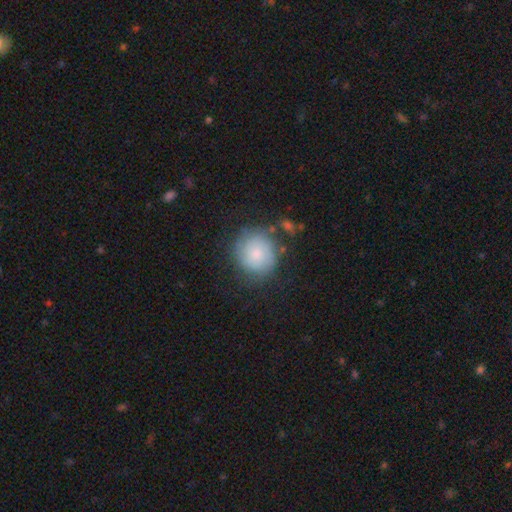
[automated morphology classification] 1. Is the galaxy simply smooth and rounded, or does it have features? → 62% smooth, 29% featured or disk, 9% star or artifact.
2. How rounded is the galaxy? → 87% round, 12% in between, 1% cigar-shaped.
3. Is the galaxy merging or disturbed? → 73% none, 17% minor disturbance, 7% major disturbance, 3% merger.